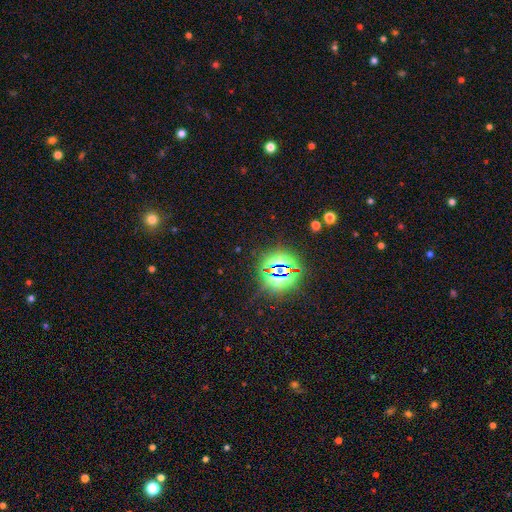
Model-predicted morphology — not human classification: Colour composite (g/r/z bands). It shows a star or artifact, not a galaxy (83%).